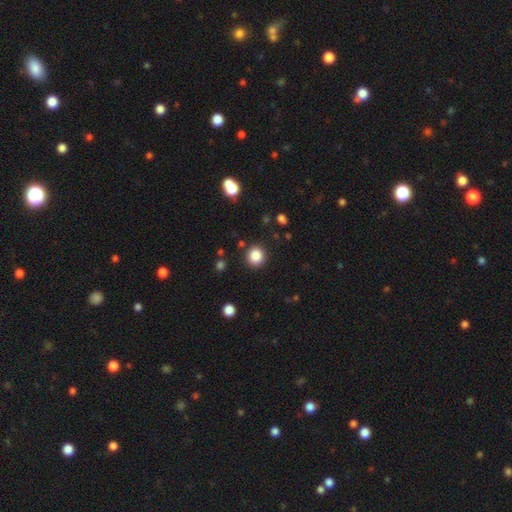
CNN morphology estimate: This appears to be a smooth galaxy with no disk features (86%) that is round (87%). Merging: none (89%).